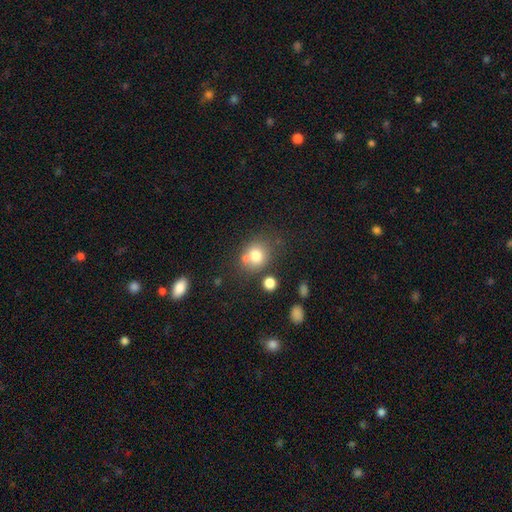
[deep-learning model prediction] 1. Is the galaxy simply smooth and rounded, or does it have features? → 75% smooth, 12% featured or disk, 12% star or artifact.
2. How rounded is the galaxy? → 73% round, 26% in between, 1% cigar-shaped.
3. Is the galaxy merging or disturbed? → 58% none, 23% merger, 13% minor disturbance, 5% major disturbance.